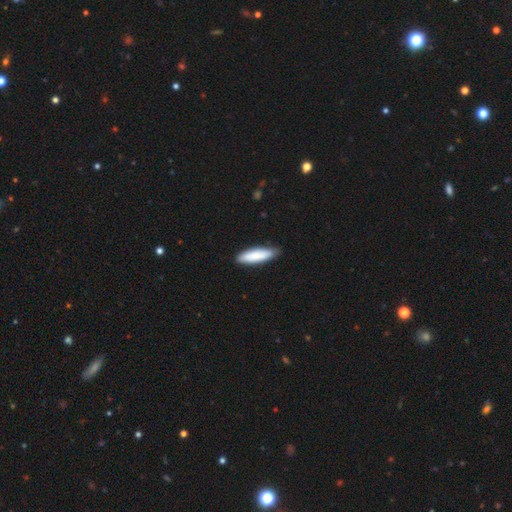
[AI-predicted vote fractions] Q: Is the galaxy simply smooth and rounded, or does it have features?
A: smooth — 83%.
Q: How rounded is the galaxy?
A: cigar-shaped — 58%.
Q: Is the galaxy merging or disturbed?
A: none — 84%.